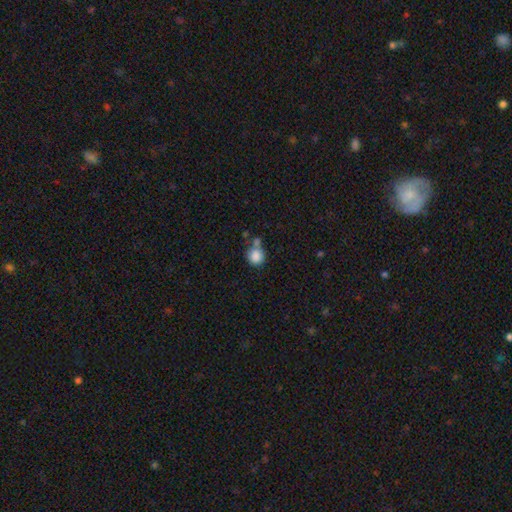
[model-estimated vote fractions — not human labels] Smooth or featured? smooth (86%)
How rounded? round (88%)
Merging? none (55%)